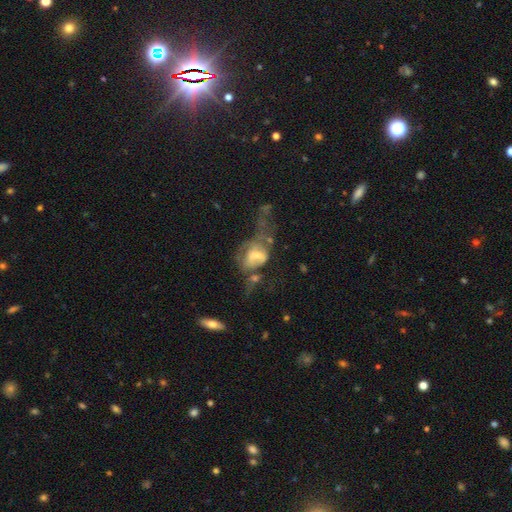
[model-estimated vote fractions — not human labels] This appears to be a featured or disk galaxy (51%). Merging: major disturbance (51%).